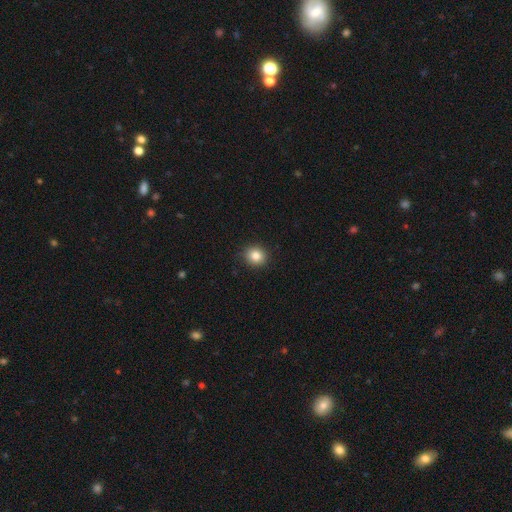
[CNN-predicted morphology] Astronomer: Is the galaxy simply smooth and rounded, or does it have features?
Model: smooth — 84%.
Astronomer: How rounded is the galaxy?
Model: round — 83%.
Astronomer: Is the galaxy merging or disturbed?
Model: none — 90%.